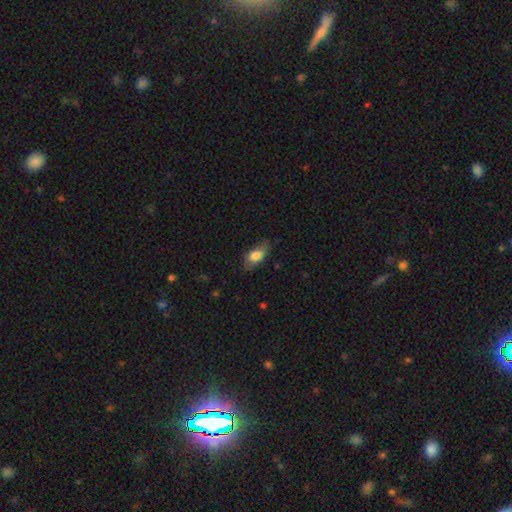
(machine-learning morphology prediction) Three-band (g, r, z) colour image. It shows a smooth galaxy with no disk features (74%) that is in between round and cigar-shaped (85%). Merging: none (69%).